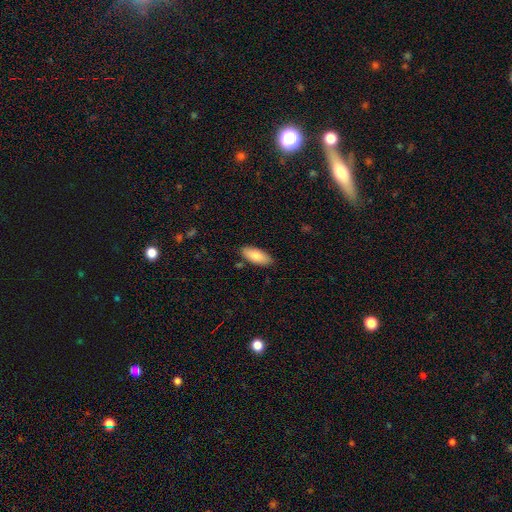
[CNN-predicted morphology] smooth_or_featured: smooth (p=0.84) [alt: featured or disk p=0.10]
how_rounded: in between (p=0.85) [alt: cigar-shaped p=0.13]
merging: none (p=0.85) [alt: minor disturbance p=0.11]